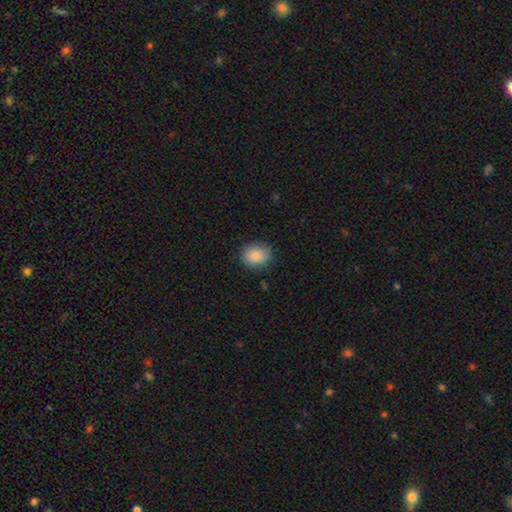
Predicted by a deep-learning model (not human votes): Morphology: type=smooth (88%); roundness=round (67%); merging=none (84%).